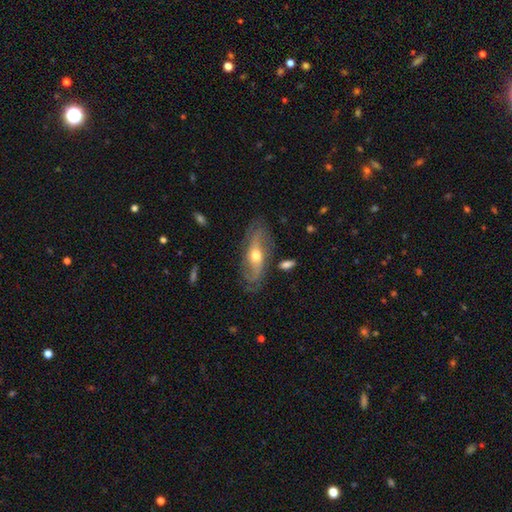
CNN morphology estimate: Q: Smooth or featured?
A: featured or disk (69%); runner-up: smooth (25%)
Q: Edge-on disk?
A: no (80%); runner-up: yes (20%)
Q: Bar?
A: no (62%); runner-up: weak (27%)
Q: Spiral arms?
A: yes (81%); runner-up: no (19%)
Q: Bulge size?
A: moderate (70%); runner-up: small (21%)
Q: Merging?
A: none (69%); runner-up: minor disturbance (20%)